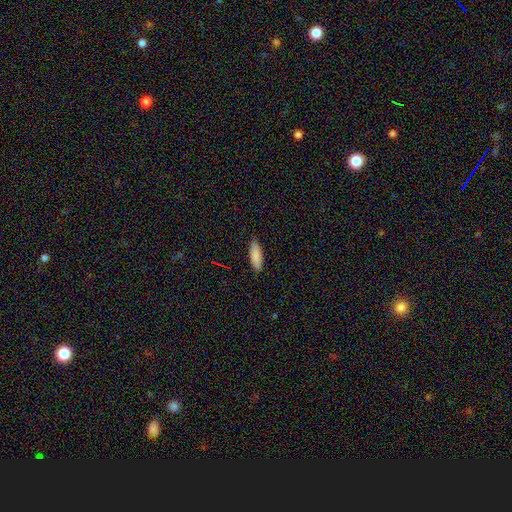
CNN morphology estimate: Q: Smooth or featured?
A: smooth (87%); runner-up: featured or disk (7%)
Q: How rounded?
A: in between (59%); runner-up: cigar-shaped (39%)
Q: Merging?
A: none (82%); runner-up: minor disturbance (15%)